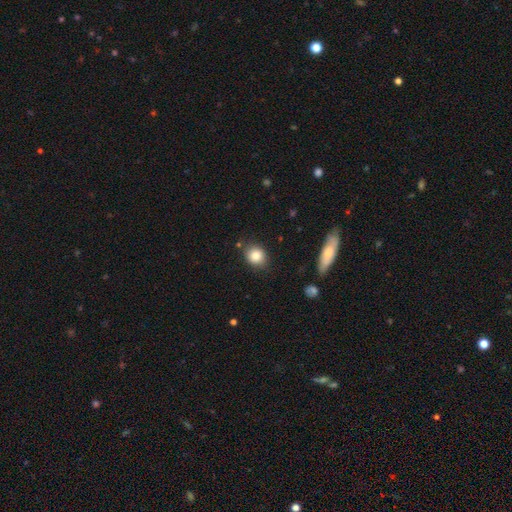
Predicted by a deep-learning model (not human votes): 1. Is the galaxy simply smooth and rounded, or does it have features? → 84% smooth, 9% star or artifact, 7% featured or disk.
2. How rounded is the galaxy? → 65% round, 34% in between, 1% cigar-shaped.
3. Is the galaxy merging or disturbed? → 82% none, 12% minor disturbance, 3% merger, 3% major disturbance.